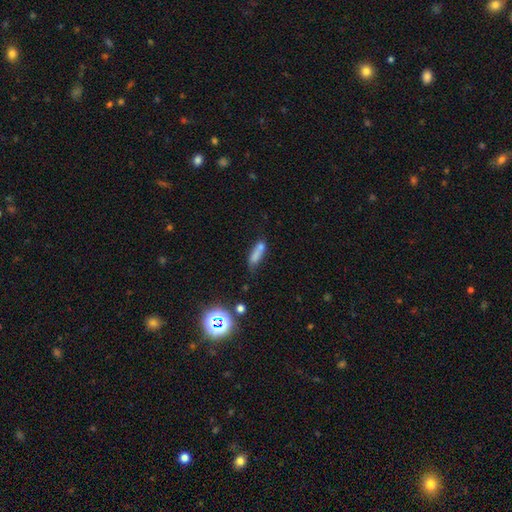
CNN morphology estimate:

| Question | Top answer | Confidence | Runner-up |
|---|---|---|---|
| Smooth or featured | smooth | 70% | featured or disk (16%) |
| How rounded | cigar-shaped | 54% | in between (41%) |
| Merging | none | 42% | merger (26%) |